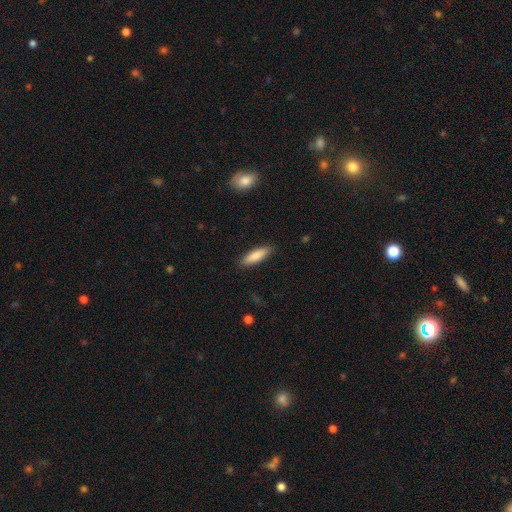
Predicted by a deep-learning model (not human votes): Smooth or featured: smooth — 84% (featured or disk — 10%)
How rounded: cigar-shaped — 54% (in between — 44%)
Merging: none — 88% (minor disturbance — 9%)